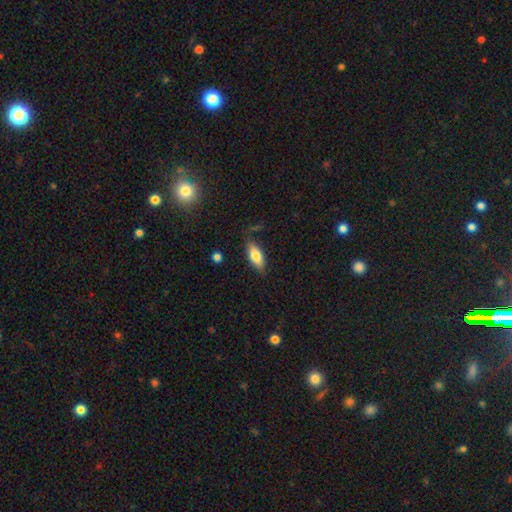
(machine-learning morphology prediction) Smooth or featured? smooth (74%)
How rounded? in between (78%)
Merging? none (77%)